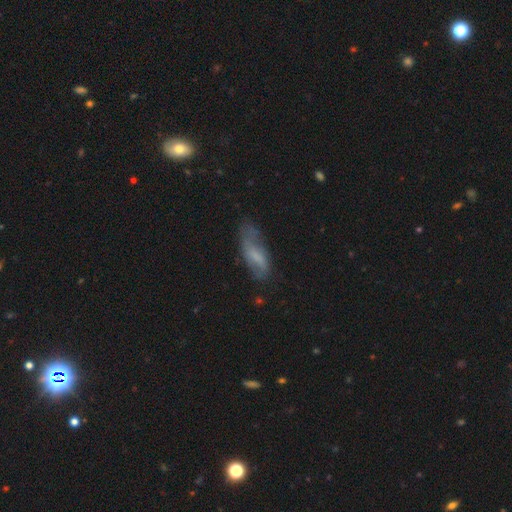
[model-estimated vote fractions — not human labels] Smooth or featured: smooth — 52% (featured or disk — 39%)
How rounded: in between — 69% (cigar-shaped — 29%)
Merging: none — 51% (minor disturbance — 30%)